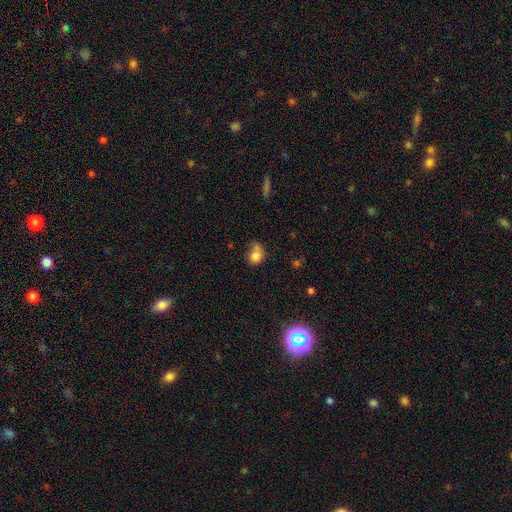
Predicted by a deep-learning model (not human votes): Smooth or featured: smooth — 78% (star or artifact — 11%)
How rounded: round — 56% (in between — 43%)
Merging: none — 38% (minor disturbance — 24%)